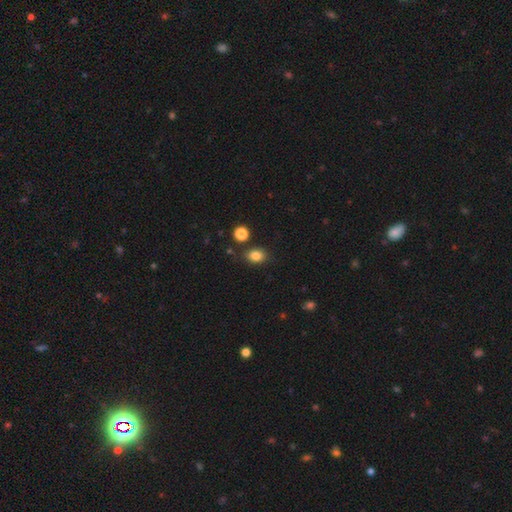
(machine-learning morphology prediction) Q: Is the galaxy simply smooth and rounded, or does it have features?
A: smooth — 83%.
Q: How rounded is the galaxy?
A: in between — 60%.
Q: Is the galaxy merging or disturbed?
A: none — 78%.